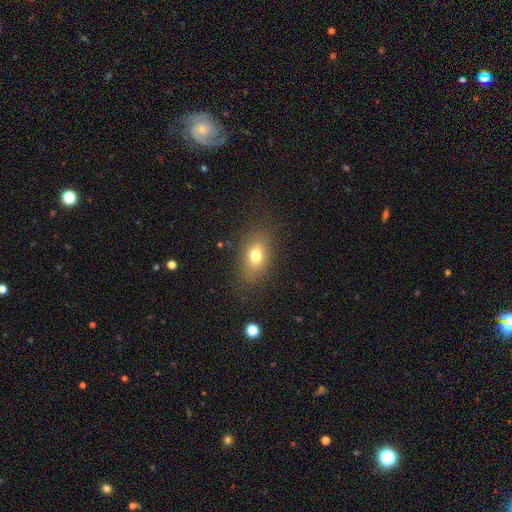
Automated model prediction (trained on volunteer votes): A smooth galaxy with no disk features (71%) that is in between round and cigar-shaped (77%).

Vote fractions:
- Smooth or featured? smooth: 71% / featured or disk: 16% / star or artifact: 12%
- How rounded? in between: 77% / round: 19% / cigar-shaped: 5%
- Merging? none: 80% / minor disturbance: 13% / major disturbance: 6% / merger: 1%